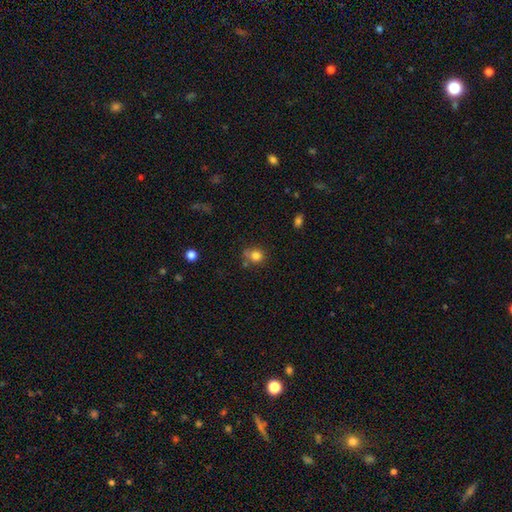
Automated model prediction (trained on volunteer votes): Overall: smooth (80%). How rounded: round (77%). Merging: none (61%).